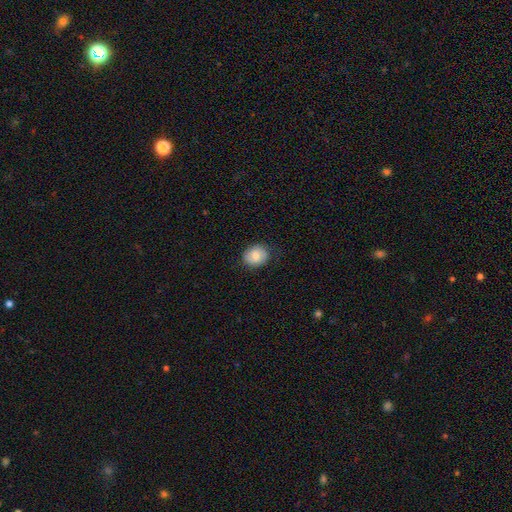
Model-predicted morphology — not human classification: Smooth or featured? smooth (77%)
How rounded? round (61%)
Merging? none (78%)